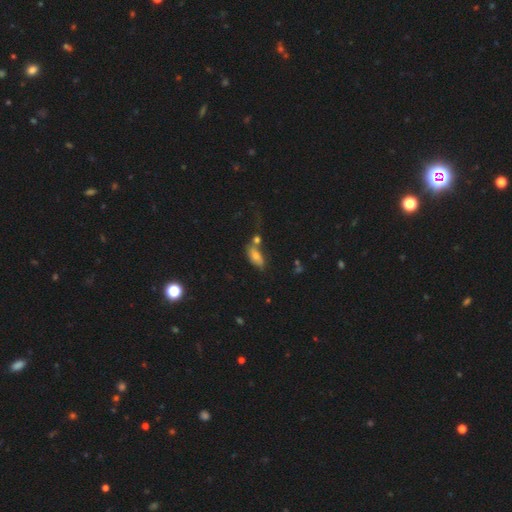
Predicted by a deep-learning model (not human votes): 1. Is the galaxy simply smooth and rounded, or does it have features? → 67% smooth, 21% featured or disk, 12% star or artifact.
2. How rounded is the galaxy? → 88% in between, 7% cigar-shaped, 5% round.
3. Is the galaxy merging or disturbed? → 40% none, 34% merger, 16% minor disturbance, 9% major disturbance.